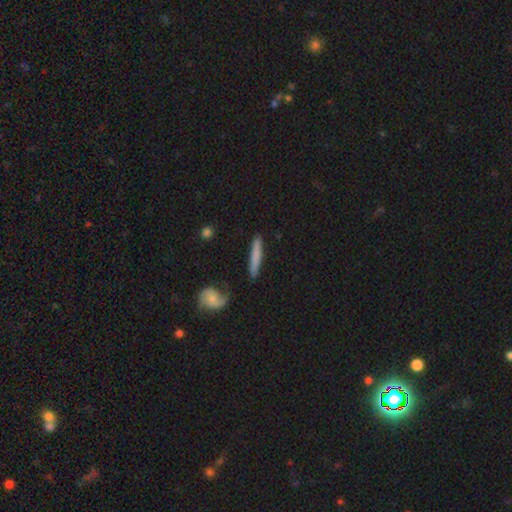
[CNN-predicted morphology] A smooth galaxy with no disk features (62%) that is cigar-shaped (93%). Merging: none (82%).